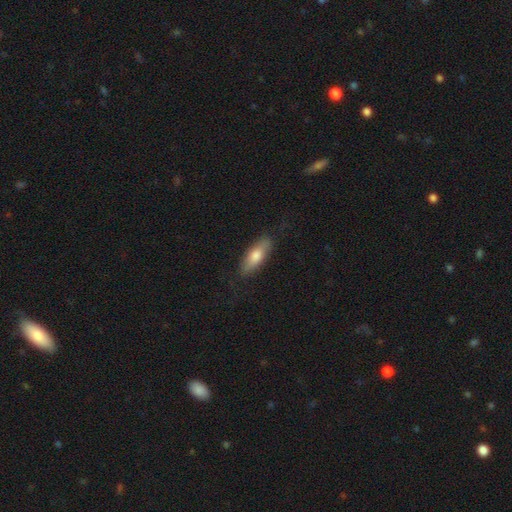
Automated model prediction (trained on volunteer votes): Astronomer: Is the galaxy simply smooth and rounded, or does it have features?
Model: smooth — 70%.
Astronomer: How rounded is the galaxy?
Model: in between — 62%.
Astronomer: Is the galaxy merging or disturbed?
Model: none — 81%.